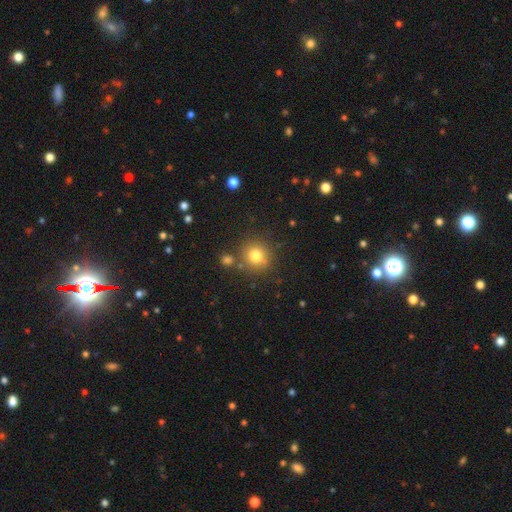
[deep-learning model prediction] This is likely a smooth galaxy (78%). How rounded: clearly round (90%). Merging: likely none (77%).